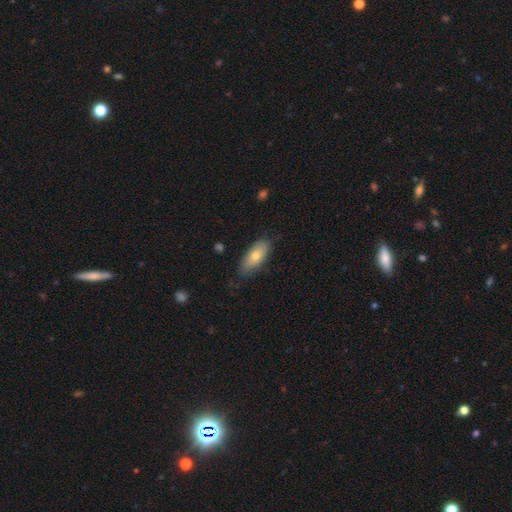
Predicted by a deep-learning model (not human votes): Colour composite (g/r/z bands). It shows a smooth galaxy with no disk features (73%) that is in between round and cigar-shaped (85%). Merging: none (77%).